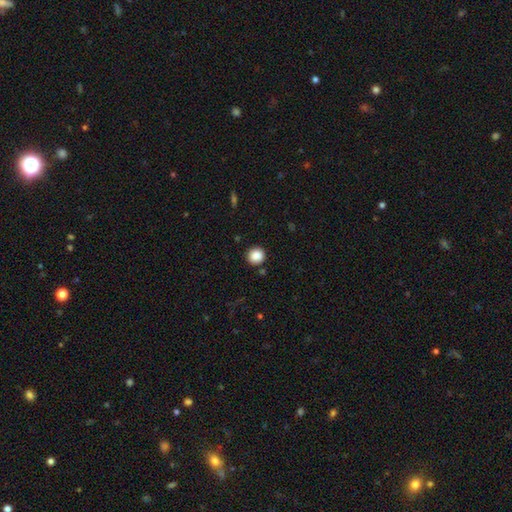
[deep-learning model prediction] Q: Smooth or featured?
A: smooth (87%); runner-up: star or artifact (10%)
Q: How rounded?
A: round (93%); runner-up: in between (6%)
Q: Merging?
A: none (90%); runner-up: minor disturbance (6%)